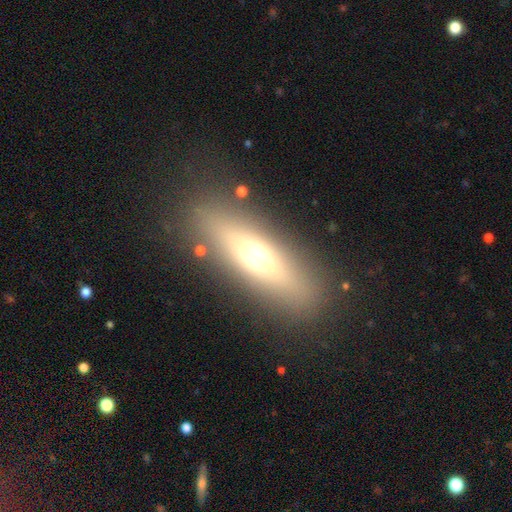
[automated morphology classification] This appears to be a smooth galaxy with no disk features (50%) that is cigar-shaped (56%). Merging: none (84%).